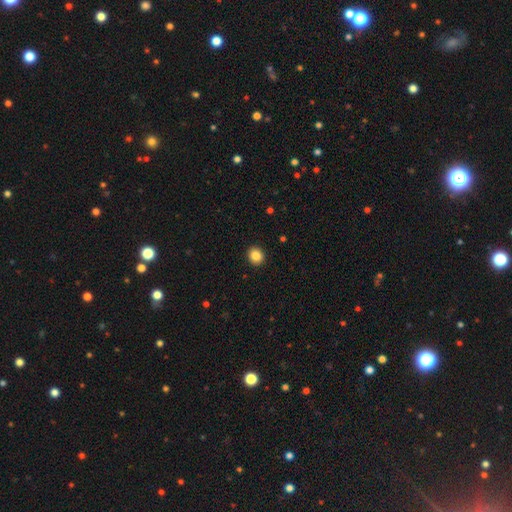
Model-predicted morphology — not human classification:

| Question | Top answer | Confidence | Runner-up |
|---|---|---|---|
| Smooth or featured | smooth | 85% | star or artifact (10%) |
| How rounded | round | 86% | in between (13%) |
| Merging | none | 93% | minor disturbance (5%) |